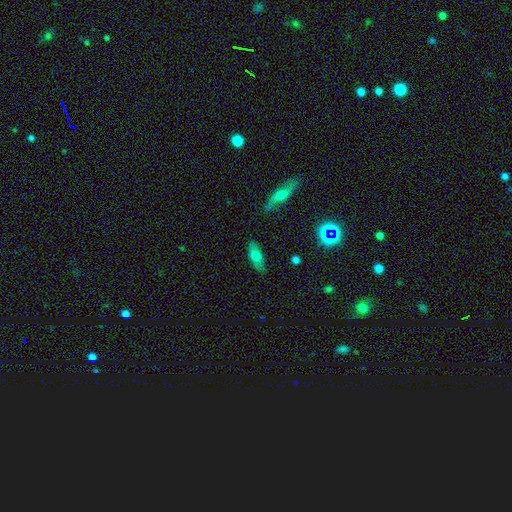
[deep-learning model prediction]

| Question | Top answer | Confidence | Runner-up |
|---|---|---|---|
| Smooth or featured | smooth | 67% | featured or disk (24%) |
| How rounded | in between | 75% | cigar-shaped (21%) |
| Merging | none | 82% | minor disturbance (13%) |